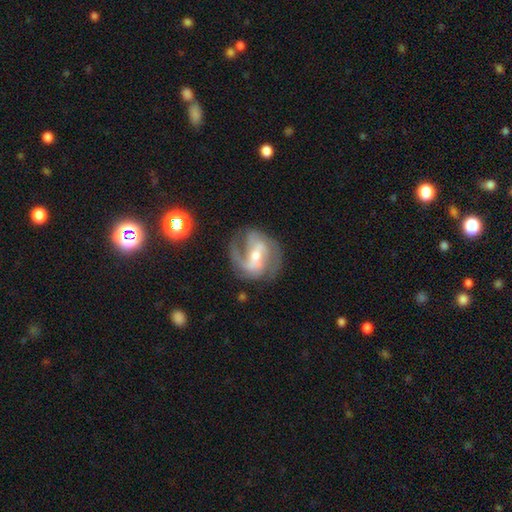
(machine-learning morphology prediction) Q: Smooth or featured?
A: featured or disk (86%); runner-up: smooth (9%)
Q: Edge-on disk?
A: no (97%); runner-up: yes (3%)
Q: Bar?
A: strong (44%); runner-up: weak (40%)
Q: Spiral arms?
A: yes (95%); runner-up: no (5%)
Q: Spiral winding?
A: medium (50%); runner-up: loose (26%)
Q: Spiral arm count?
A: 2 (60%); runner-up: 3 (18%)
Q: Bulge size?
A: moderate (48%); runner-up: small (45%)
Q: Merging?
A: none (64%); runner-up: minor disturbance (19%)